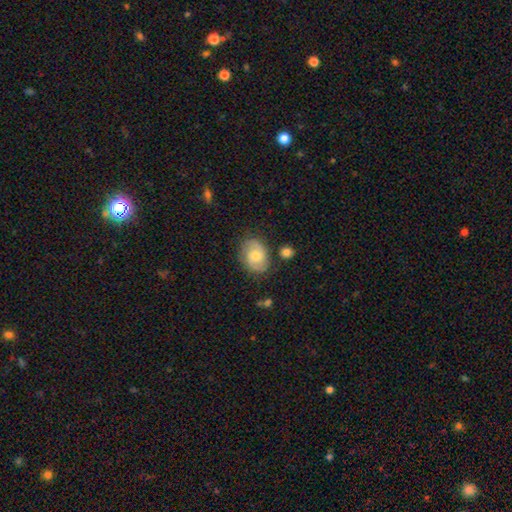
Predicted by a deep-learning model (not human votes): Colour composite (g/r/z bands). It shows a featured or disk galaxy (59%) with no bar (66%), spiral arms (87%) and a moderate central bulge (66%). Merging: none (77%).